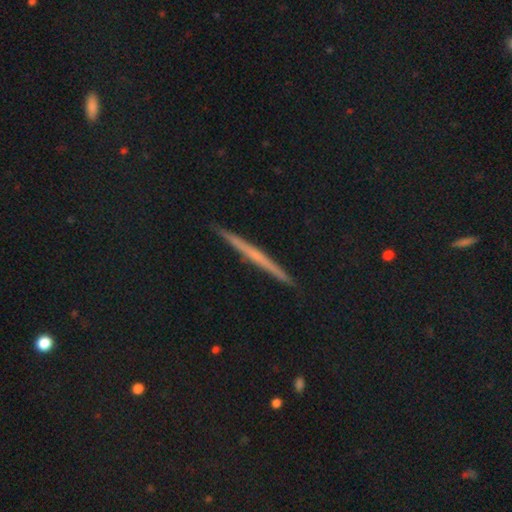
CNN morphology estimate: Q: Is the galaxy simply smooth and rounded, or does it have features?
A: featured or disk — 55%.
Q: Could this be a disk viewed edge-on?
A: yes — 97%.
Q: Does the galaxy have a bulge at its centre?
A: none — 79%.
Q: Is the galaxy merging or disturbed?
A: none — 92%.